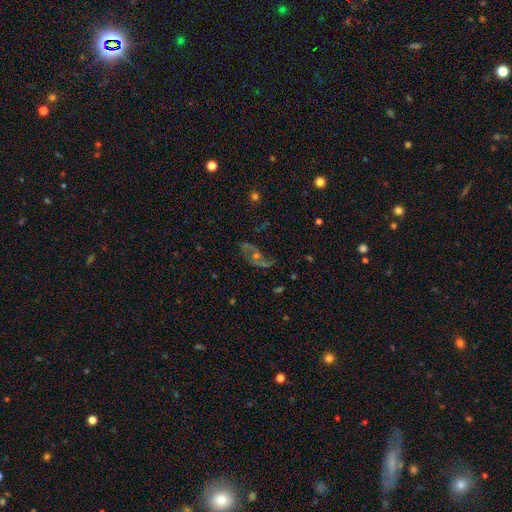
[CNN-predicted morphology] This is likely a featured or disk galaxy (68%). It is clearly not viewed edge-on (93%). Bar: likely no (65%). Spiral arm pattern: likely yes (79%). Central bulge: possibly moderate (45%). Merging: likely none (61%).